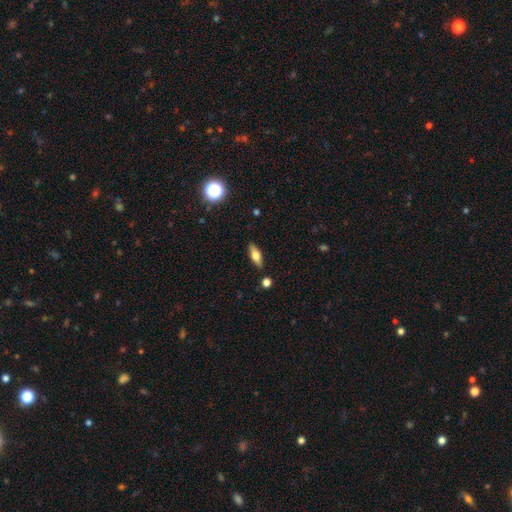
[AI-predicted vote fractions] smooth-or-featured: smooth: 53% | featured or disk: 39% | star or artifact: 8%
  how-rounded: in between: 59% | cigar-shaped: 37% | round: 4%
  merging: none: 87% | minor disturbance: 9% | merger: 2% | major disturbance: 2%